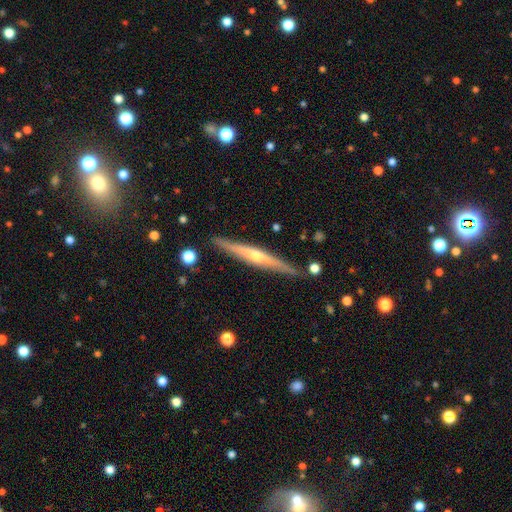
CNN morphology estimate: A featured or disk galaxy (75%) viewed edge-on (97%) with a rounded central bulge (81%).

Vote fractions:
- Smooth or featured? featured or disk: 75% / smooth: 19% / star or artifact: 6%
- Edge-on disk? yes: 97% / no: 3%
- Edge-on bulge? rounded: 81% / none: 14% / boxy: 5%
- Merging? none: 89% / minor disturbance: 7% / merger: 2% / major disturbance: 1%